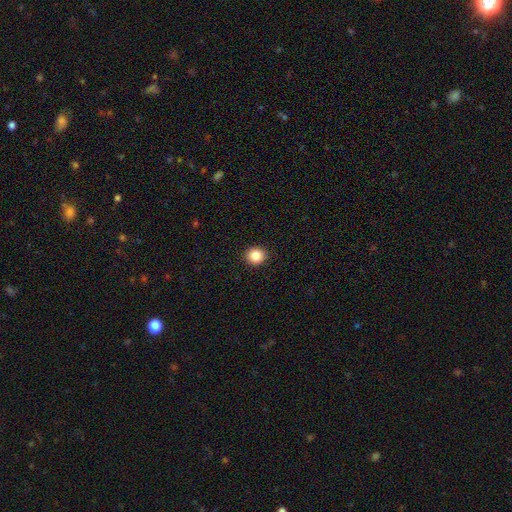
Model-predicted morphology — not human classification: A smooth galaxy with no disk features (86%) that is round (82%).

Vote fractions:
- Smooth or featured? smooth: 86% / star or artifact: 10% / featured or disk: 4%
- How rounded? round: 82% / in between: 17% / cigar-shaped: 1%
- Merging? none: 92% / minor disturbance: 6% / major disturbance: 2% / merger: 1%